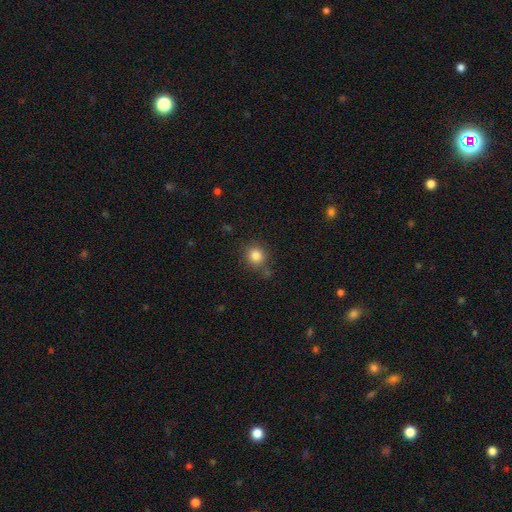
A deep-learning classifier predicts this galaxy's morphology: This is clearly a smooth galaxy (83%). How rounded: clearly round (85%). Merging: likely none (76%).